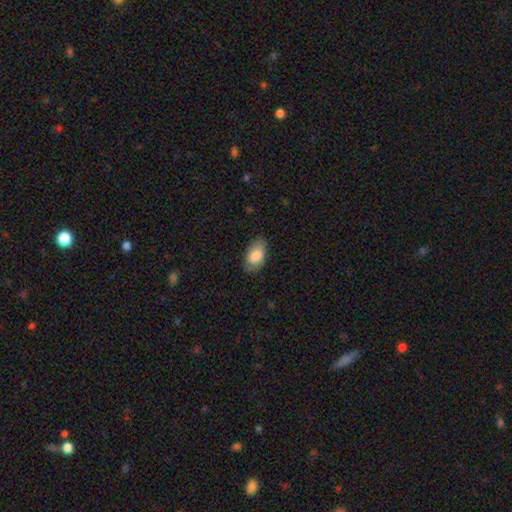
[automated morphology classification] Overall: smooth (85%). How rounded: in between (94%). Merging: none (81%).